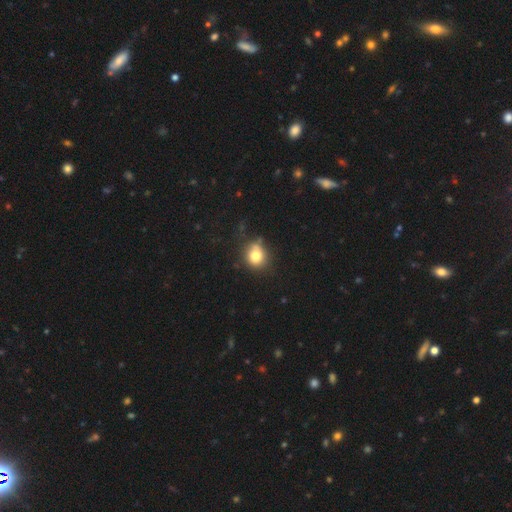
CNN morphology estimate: Smooth or featured?
  - smooth: 79% *
  - star or artifact: 12%
  - featured or disk: 10%
How rounded?
  - round: 75% *
  - in between: 24%
  - cigar-shaped: 1%
Merging?
  - none: 66% *
  - minor disturbance: 23%
  - major disturbance: 6%
  - merger: 5%